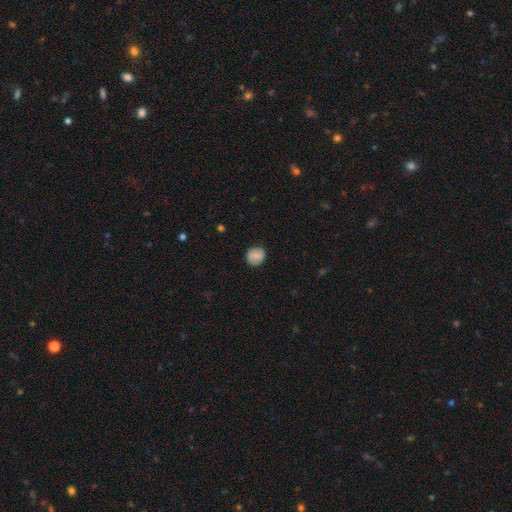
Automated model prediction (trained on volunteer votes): This appears to be a smooth galaxy with no disk features (79%) that is round (84%). Merging: none (84%).